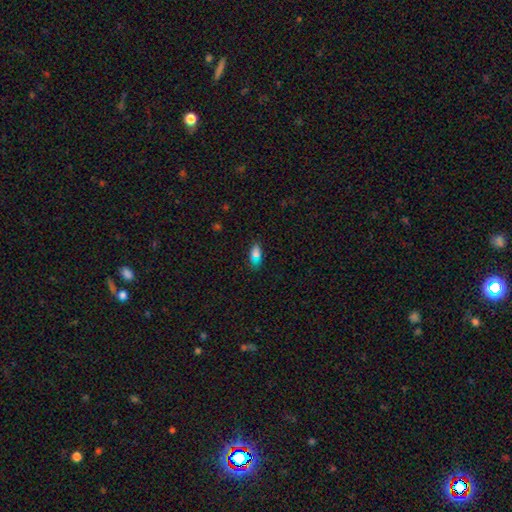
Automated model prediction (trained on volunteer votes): A smooth galaxy with no disk features (72%) that is in between round and cigar-shaped (88%).

Vote fractions:
- Smooth or featured? smooth: 72% / star or artifact: 19% / featured or disk: 10%
- How rounded? in between: 88% / cigar-shaped: 7% / round: 6%
- Merging? none: 79% / minor disturbance: 16% / major disturbance: 4% / merger: 2%